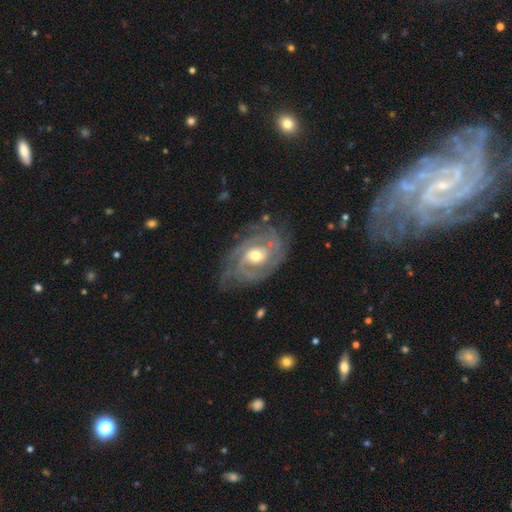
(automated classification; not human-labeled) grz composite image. It shows a featured or disk galaxy (90%) with no bar (63%), 2 (31%) tight (62%) spiral arms (97%) and a moderate central bulge (66%). Merging: none (69%).